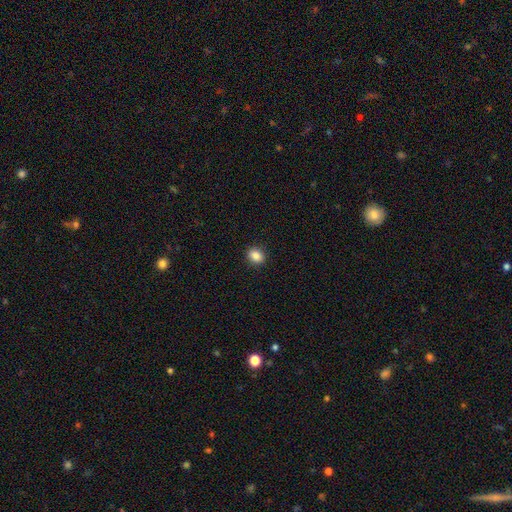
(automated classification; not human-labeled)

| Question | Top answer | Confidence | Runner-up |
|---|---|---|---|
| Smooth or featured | smooth | 86% | star or artifact (9%) |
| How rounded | round | 55% | in between (43%) |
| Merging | none | 91% | minor disturbance (6%) |